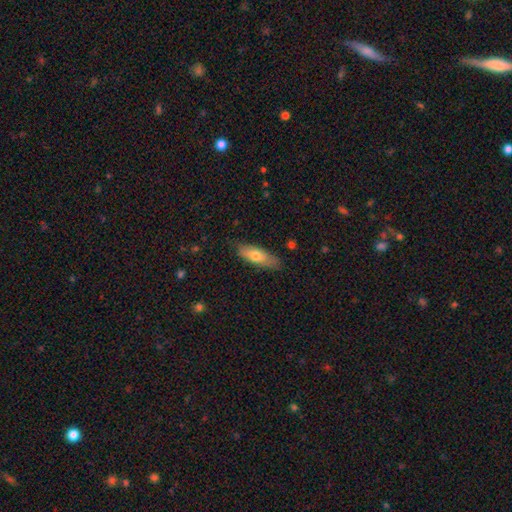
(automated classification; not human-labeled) Smooth or featured?
  - smooth: 68% *
  - featured or disk: 26%
  - star or artifact: 6%
How rounded?
  - in between: 61% *
  - cigar-shaped: 37%
  - round: 2%
Merging?
  - none: 78% *
  - minor disturbance: 17%
  - major disturbance: 3%
  - merger: 1%